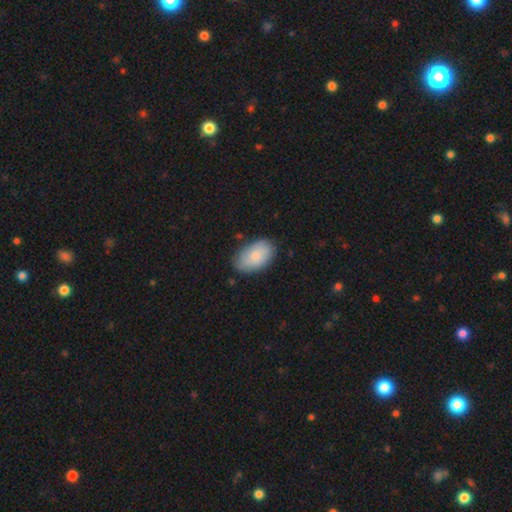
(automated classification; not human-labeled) Overall: smooth (76%). How rounded: in between (93%). Merging: none (79%).